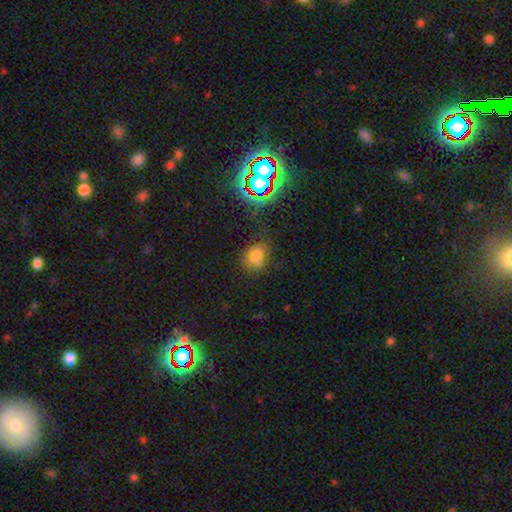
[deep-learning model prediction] Smooth or featured? Predicted: smooth (p=0.72). How rounded? Predicted: in between (p=0.55). Merging? Predicted: none (p=0.67).